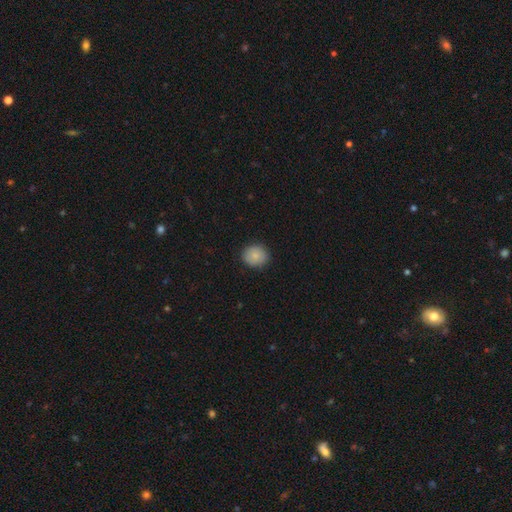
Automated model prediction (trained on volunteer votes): This is clearly a smooth galaxy (85%). How rounded: likely round (79%). Merging: clearly none (87%).